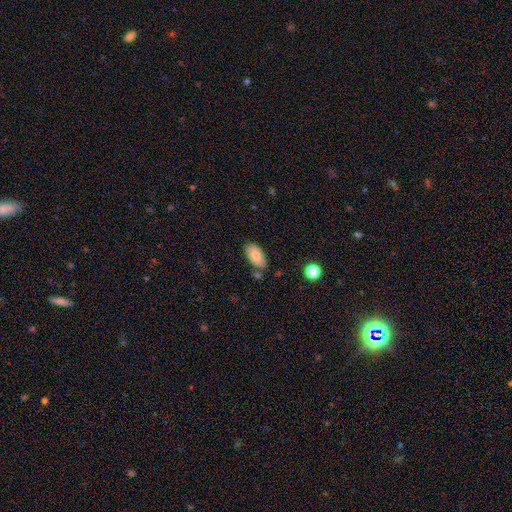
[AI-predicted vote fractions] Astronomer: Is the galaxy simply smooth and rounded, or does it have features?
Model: smooth — 81%.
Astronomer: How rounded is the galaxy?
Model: in between — 94%.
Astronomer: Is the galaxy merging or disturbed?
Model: none — 74%.